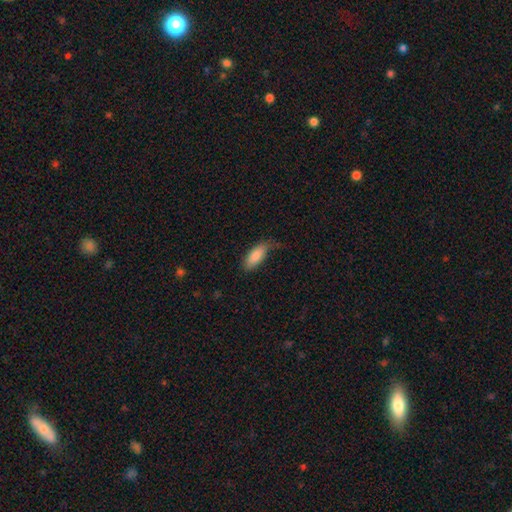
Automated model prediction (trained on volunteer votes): This appears to be a smooth galaxy with no disk features (85%) that is in between round and cigar-shaped (81%). Merging: none (54%).